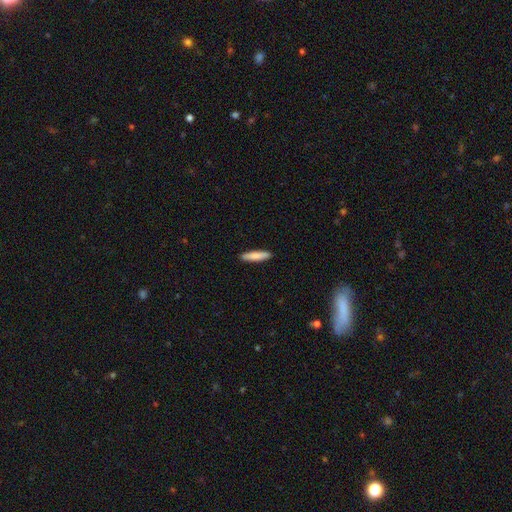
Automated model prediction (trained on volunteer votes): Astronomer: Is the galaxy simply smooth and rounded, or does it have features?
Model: smooth — 82%.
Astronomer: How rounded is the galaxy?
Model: cigar-shaped — 84%.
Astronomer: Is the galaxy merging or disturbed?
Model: none — 91%.